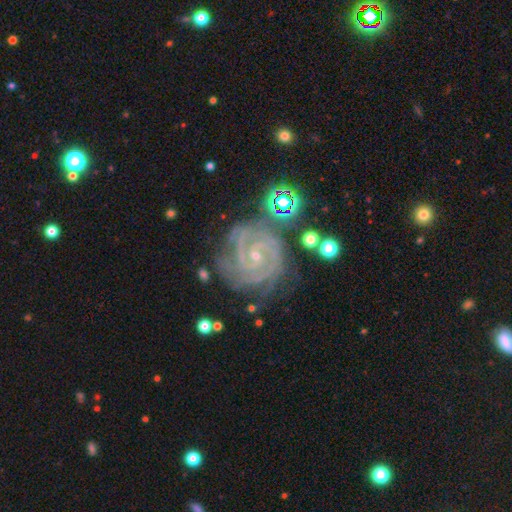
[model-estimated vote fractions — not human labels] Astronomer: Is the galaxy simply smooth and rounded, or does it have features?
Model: featured or disk — 88%.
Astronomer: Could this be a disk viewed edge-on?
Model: no — 98%.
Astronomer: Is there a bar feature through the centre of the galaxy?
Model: no — 53% (runner-up: weak, 32%).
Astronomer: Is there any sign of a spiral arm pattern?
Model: yes — 98%.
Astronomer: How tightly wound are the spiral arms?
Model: tight — 78%.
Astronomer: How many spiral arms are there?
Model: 3 — 30% (runner-up: 2, 25%).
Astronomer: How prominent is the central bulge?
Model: small — 81%.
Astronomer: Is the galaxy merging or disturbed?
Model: none — 73%.